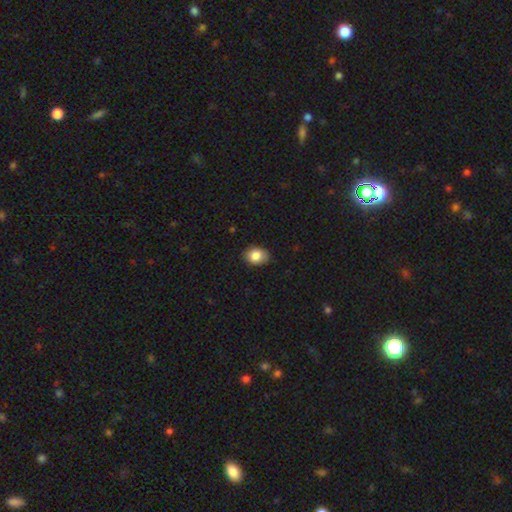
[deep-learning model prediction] Smooth or featured?
  - smooth: 84% *
  - star or artifact: 8%
  - featured or disk: 8%
How rounded?
  - in between: 68% *
  - round: 31%
  - cigar-shaped: 1%
Merging?
  - none: 85% *
  - minor disturbance: 12%
  - major disturbance: 2%
  - merger: 1%